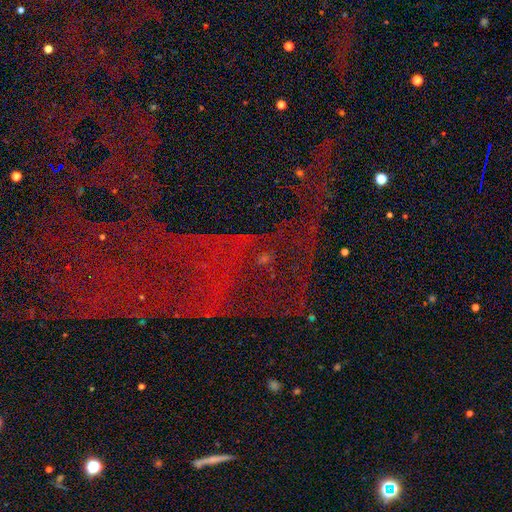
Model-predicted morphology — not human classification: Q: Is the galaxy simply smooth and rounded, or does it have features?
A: star or artifact — 80%.